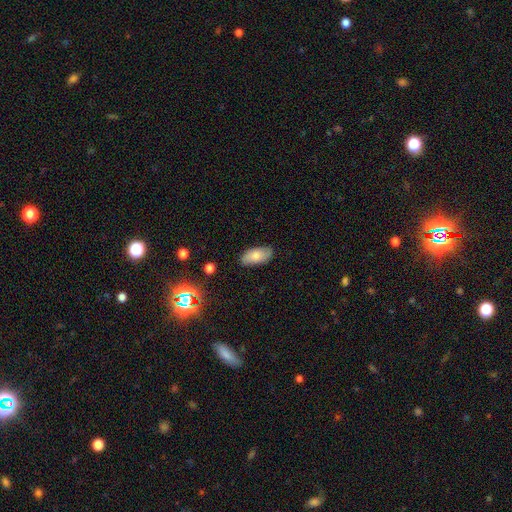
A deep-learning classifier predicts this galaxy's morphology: type=smooth (72%); roundness=in between (93%); merging=none (82%).